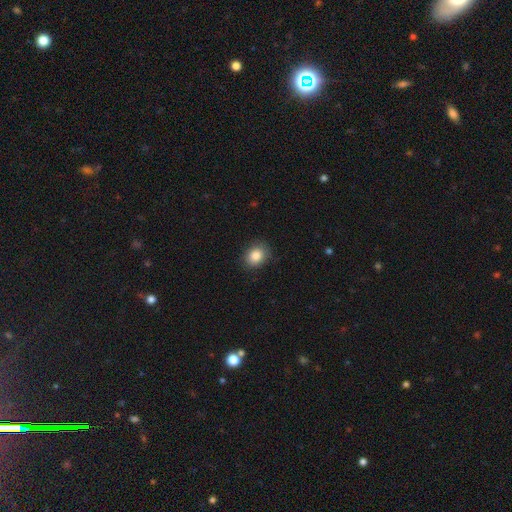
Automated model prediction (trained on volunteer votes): This is clearly a smooth galaxy (85%). How rounded: possibly in between (52%). Merging: clearly none (85%).